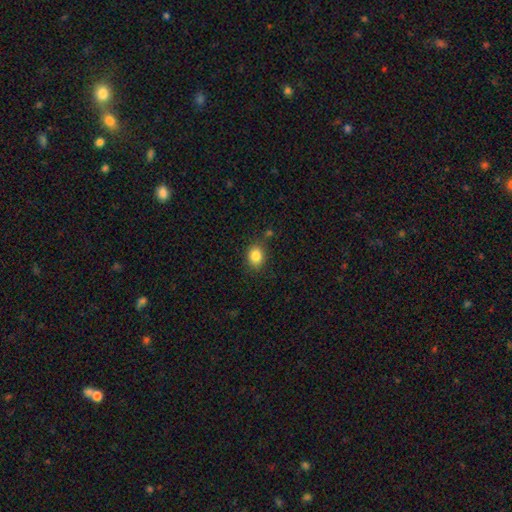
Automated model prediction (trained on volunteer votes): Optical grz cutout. It shows a smooth galaxy with no disk features (85%) that is round (54%). Merging: none (82%).